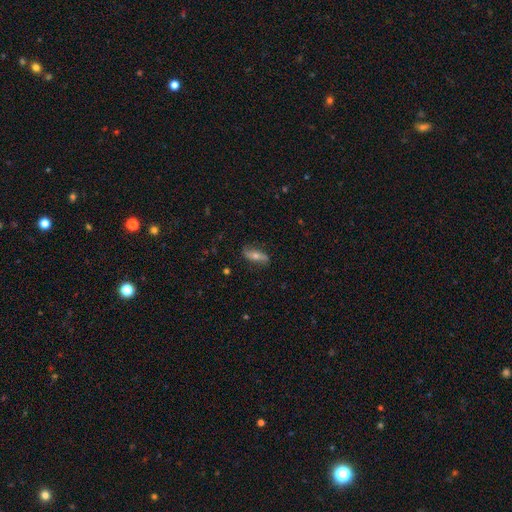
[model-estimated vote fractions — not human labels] A featured or disk galaxy (51%).

Vote fractions:
- Smooth or featured? featured or disk: 51% / smooth: 41% / star or artifact: 9%
- Edge-on disk? no: 73% / yes: 27%
- Merging? none: 81% / minor disturbance: 15% / major disturbance: 4% / merger: 1%